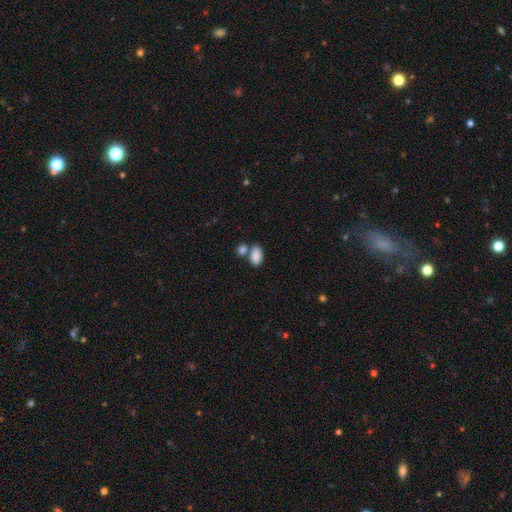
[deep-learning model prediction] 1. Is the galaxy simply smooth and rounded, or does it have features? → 87% smooth, 7% star or artifact, 5% featured or disk.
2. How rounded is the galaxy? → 94% in between, 5% round, 2% cigar-shaped.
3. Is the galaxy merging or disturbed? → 52% none, 34% merger, 11% minor disturbance, 4% major disturbance.